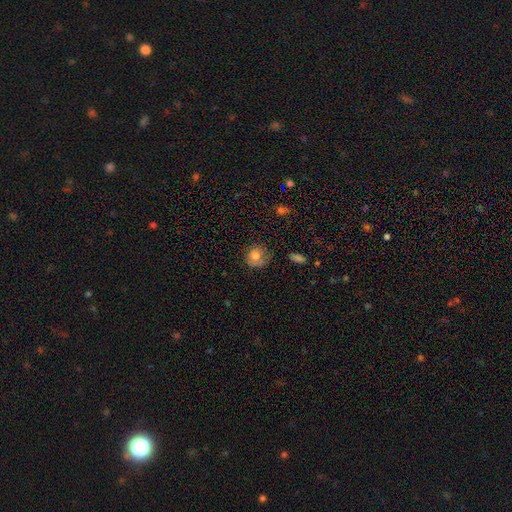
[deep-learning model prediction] smooth 73%, featured or disk 16%, star or artifact 10%. Down the decision tree: how rounded — round (85%); merging — none (66%).